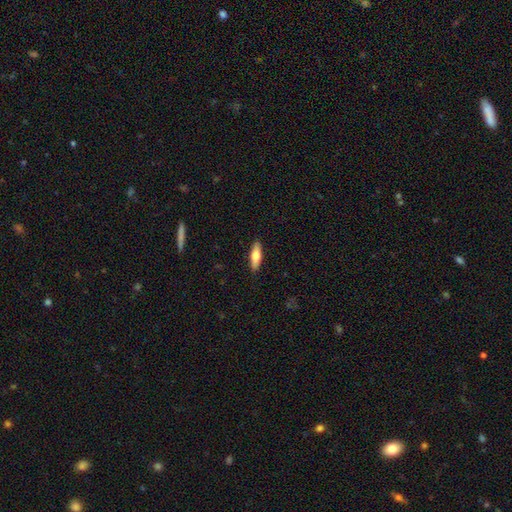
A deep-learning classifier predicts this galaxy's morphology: The model was most divided on "how rounded": cigar-shaped: 55%, in between: 42%, round: 2%. More confident: merging — none (90%); smooth or featured — smooth (60%).